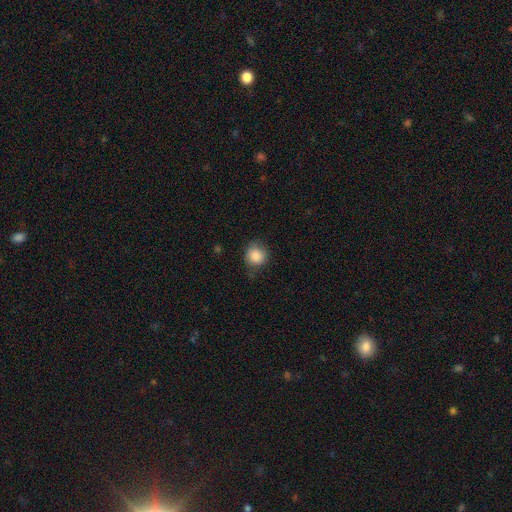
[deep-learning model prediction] Smooth or featured?
  - smooth: 85% *
  - star or artifact: 8%
  - featured or disk: 7%
How rounded?
  - round: 84% *
  - in between: 15%
  - cigar-shaped: 1%
Merging?
  - none: 70% *
  - minor disturbance: 23%
  - major disturbance: 6%
  - merger: 1%